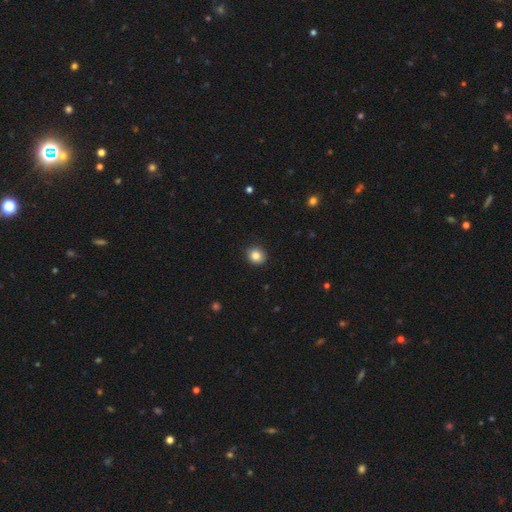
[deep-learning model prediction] Smooth or featured: smooth — 85% (star or artifact — 10%)
How rounded: round — 77% (in between — 22%)
Merging: none — 90% (minor disturbance — 7%)